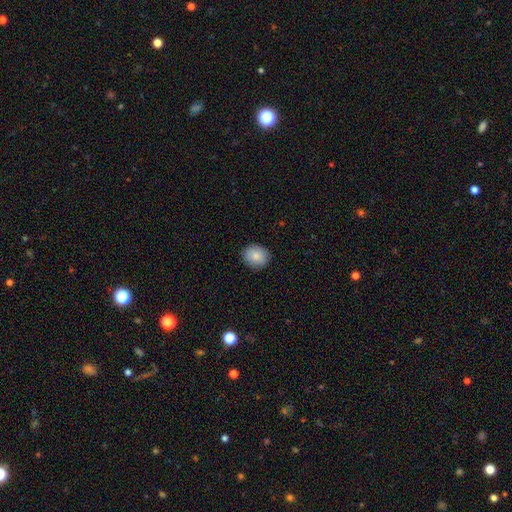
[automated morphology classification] Smooth or featured? Predicted: smooth (p=0.84). How rounded? Predicted: round (p=0.66). Merging? Predicted: none (p=0.89).